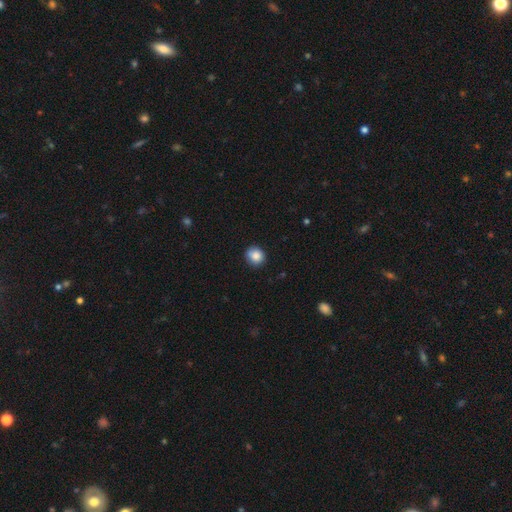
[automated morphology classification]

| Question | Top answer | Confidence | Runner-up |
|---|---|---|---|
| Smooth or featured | smooth | 86% | star or artifact (9%) |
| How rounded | round | 84% | in between (15%) |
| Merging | none | 84% | minor disturbance (13%) |